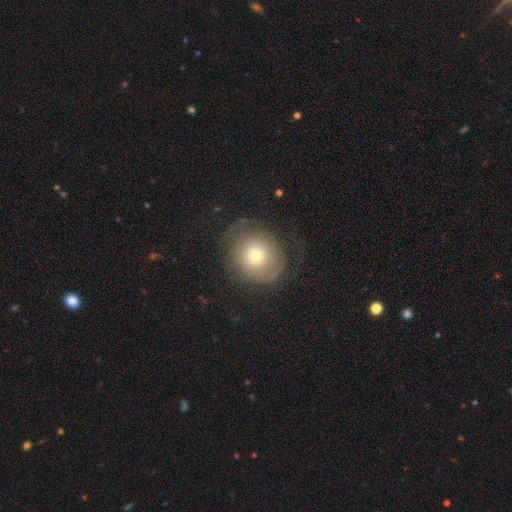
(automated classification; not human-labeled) This is possibly a smooth galaxy (58%). How rounded: likely round (79%). Merging: likely none (65%).